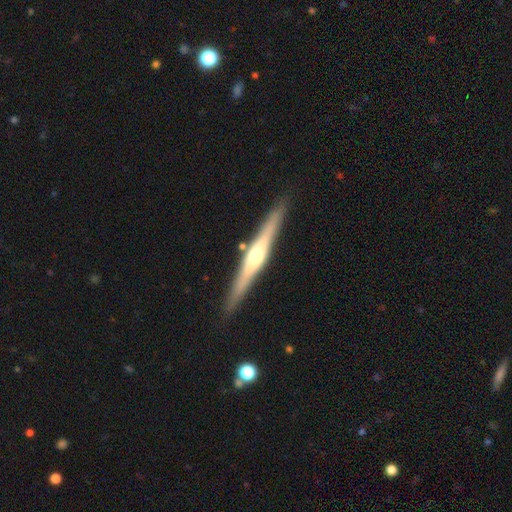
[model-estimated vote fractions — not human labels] A featured or disk galaxy (73%) viewed edge-on (97%) with a rounded central bulge (88%). Merging: none (88%).